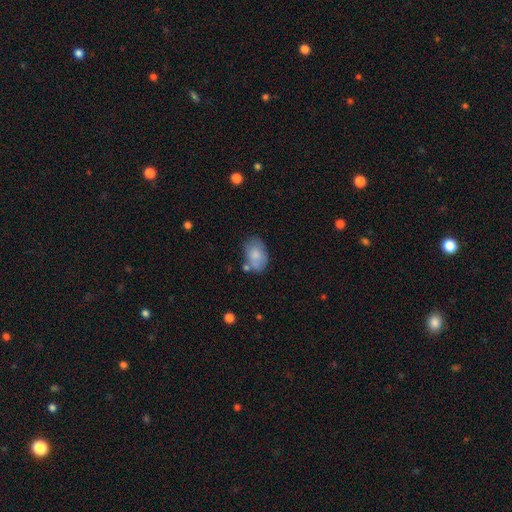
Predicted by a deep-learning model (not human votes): Smooth or featured? Predicted: smooth (p=0.75). How rounded? Predicted: in between (p=0.84). Merging? Predicted: none (p=0.55).